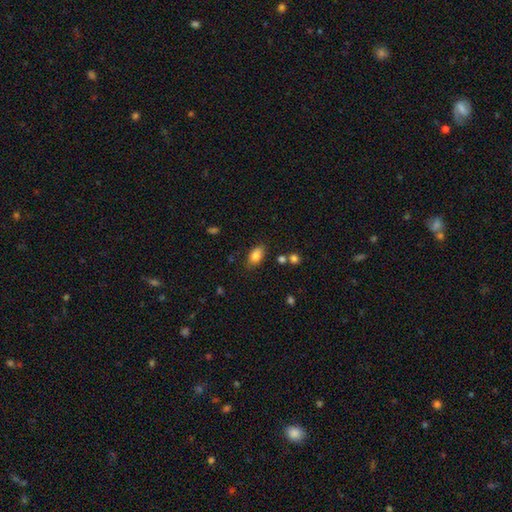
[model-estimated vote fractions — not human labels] Q: Smooth or featured?
A: smooth (82%); runner-up: featured or disk (9%)
Q: How rounded?
A: in between (88%); runner-up: round (9%)
Q: Merging?
A: none (79%); runner-up: minor disturbance (14%)